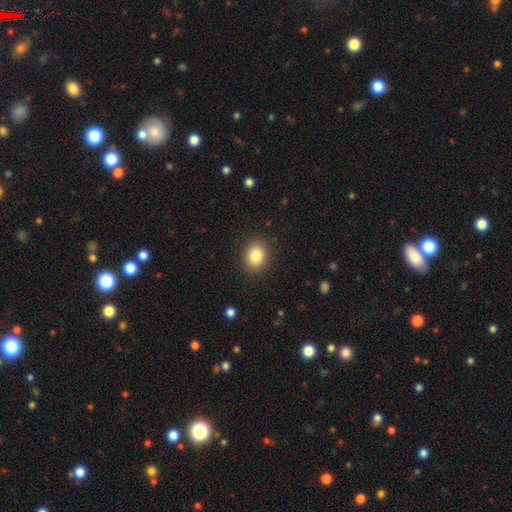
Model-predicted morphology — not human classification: This is clearly a smooth galaxy (84%). How rounded: possibly round (51%). Merging: clearly none (88%).